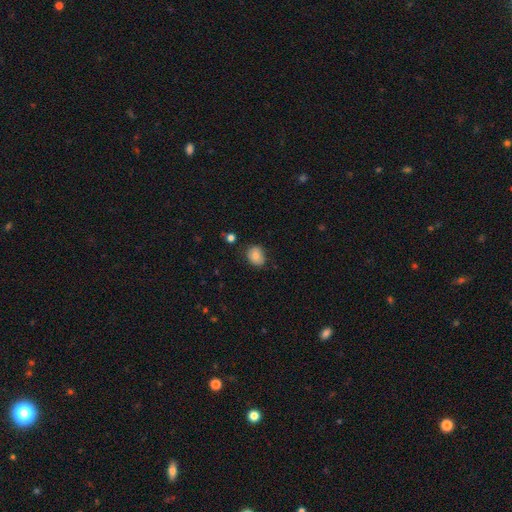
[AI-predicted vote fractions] This appears to be a smooth galaxy with no disk features (78%) that is round (50%). Merging: none (73%).